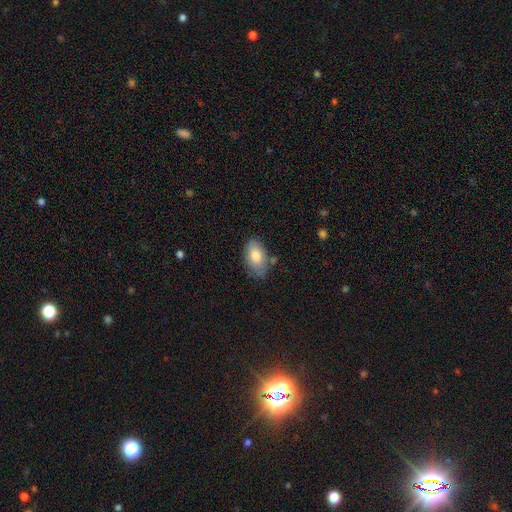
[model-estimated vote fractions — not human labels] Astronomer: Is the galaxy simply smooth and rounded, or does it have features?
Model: smooth — 78%.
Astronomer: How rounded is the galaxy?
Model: in between — 92%.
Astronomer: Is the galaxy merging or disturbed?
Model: none — 67%.